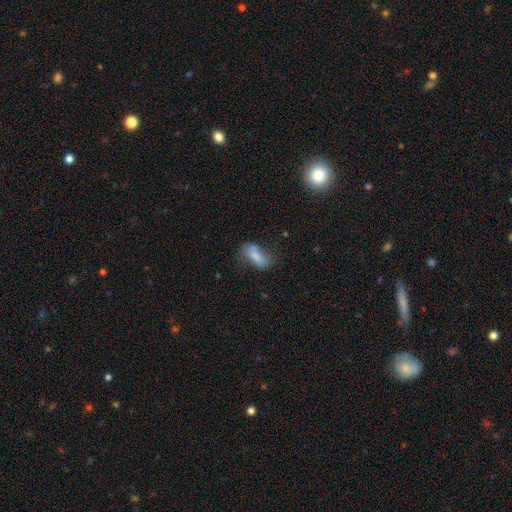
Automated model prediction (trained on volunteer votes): Overall: smooth (67%). How rounded: in between (83%). Merging: none (48%; minor disturbance 28%).